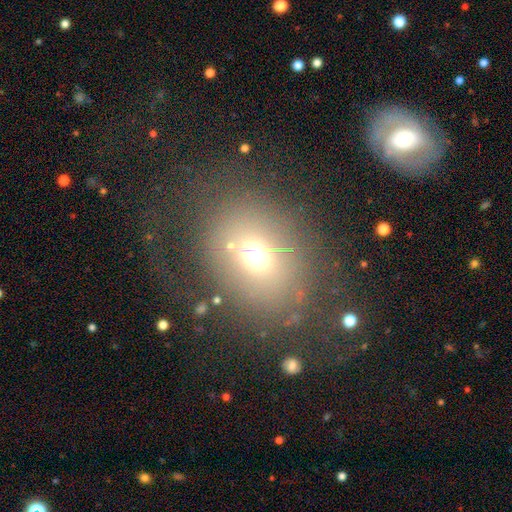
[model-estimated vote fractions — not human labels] smooth_or_featured: smooth (p=0.62) [alt: featured or disk p=0.22]
how_rounded: round (p=0.51) [alt: in between p=0.48]
merging: none (p=0.55) [alt: major disturbance p=0.21]